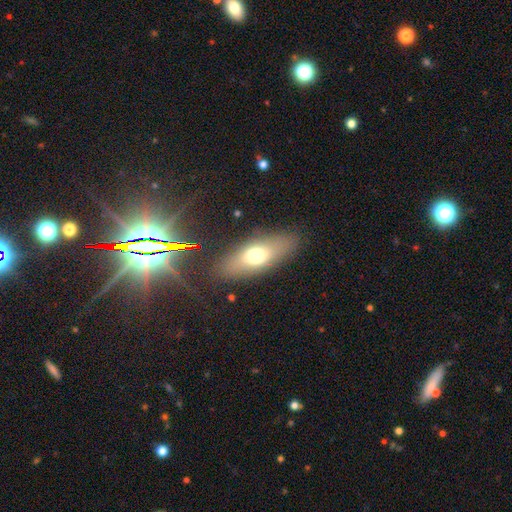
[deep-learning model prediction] smooth-or-featured: smooth: 65% | featured or disk: 26% | star or artifact: 9%
  how-rounded: in between: 74% | cigar-shaped: 22% | round: 5%
  merging: none: 84% | minor disturbance: 10% | major disturbance: 4% | merger: 2%